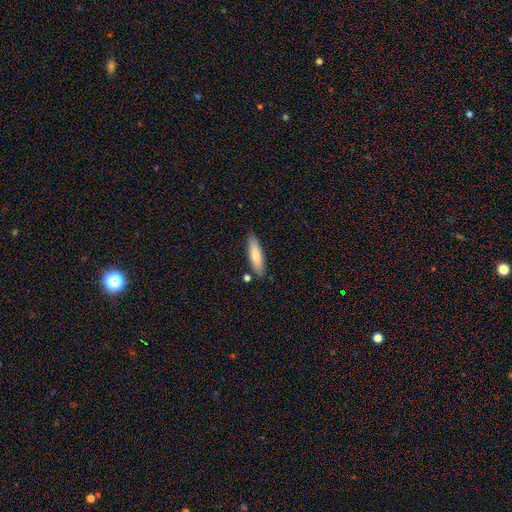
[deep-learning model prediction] The model was most divided on "how rounded": cigar-shaped: 63%, in between: 35%, round: 2%. More confident: merging — none (81%); smooth or featured — smooth (76%).